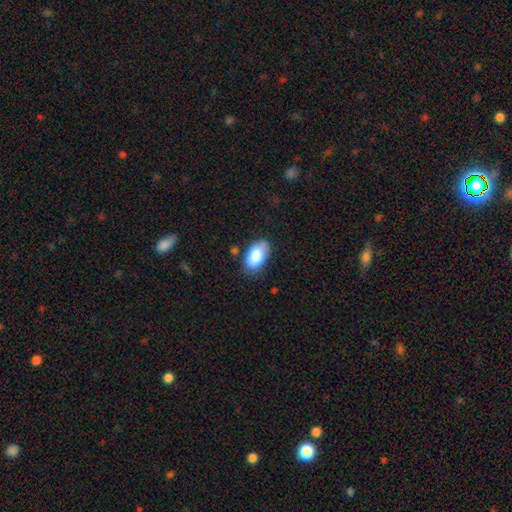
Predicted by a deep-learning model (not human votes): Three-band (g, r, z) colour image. It shows a smooth galaxy with no disk features (84%) that is in between round and cigar-shaped (94%). Merging: none (74%).